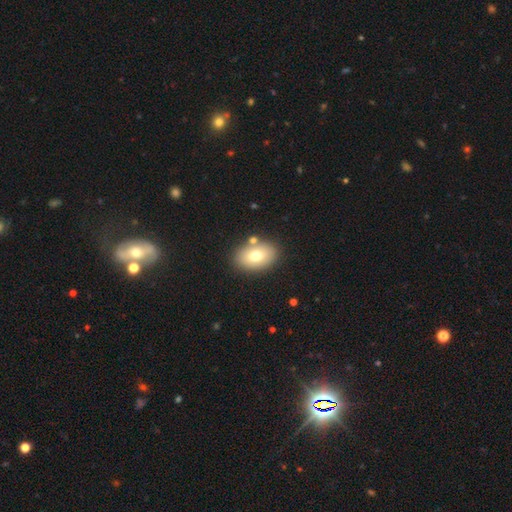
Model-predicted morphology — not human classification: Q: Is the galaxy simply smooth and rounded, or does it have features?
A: smooth — 73%.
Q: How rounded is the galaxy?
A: in between — 86%.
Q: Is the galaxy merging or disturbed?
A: none — 79%.